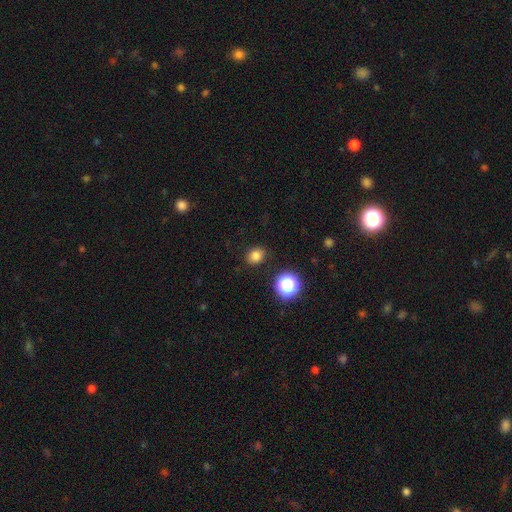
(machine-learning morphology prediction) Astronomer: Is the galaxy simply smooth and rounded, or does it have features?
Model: smooth — 80%.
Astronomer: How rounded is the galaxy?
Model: round — 59% (runner-up: in between, 40%).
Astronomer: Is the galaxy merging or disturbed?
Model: none — 87%.